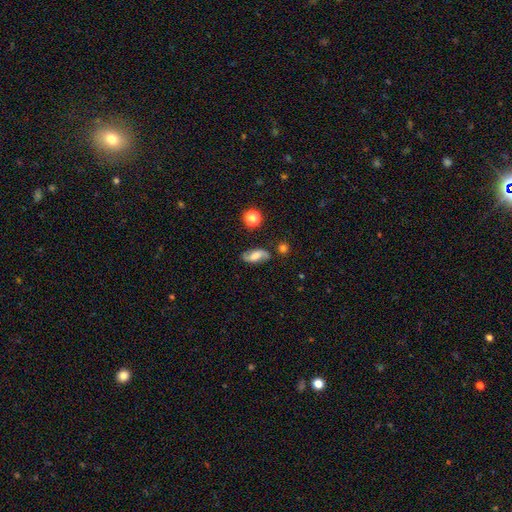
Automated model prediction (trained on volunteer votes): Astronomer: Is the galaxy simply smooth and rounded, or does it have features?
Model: featured or disk — 58%.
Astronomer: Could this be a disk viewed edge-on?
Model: no — 93%.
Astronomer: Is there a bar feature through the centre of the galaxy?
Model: no — 44% (runner-up: weak, 40%).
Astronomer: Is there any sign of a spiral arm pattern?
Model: yes — 91%.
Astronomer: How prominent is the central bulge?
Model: moderate — 36% (runner-up: large, 23%).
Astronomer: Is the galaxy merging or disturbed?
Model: none — 77%.